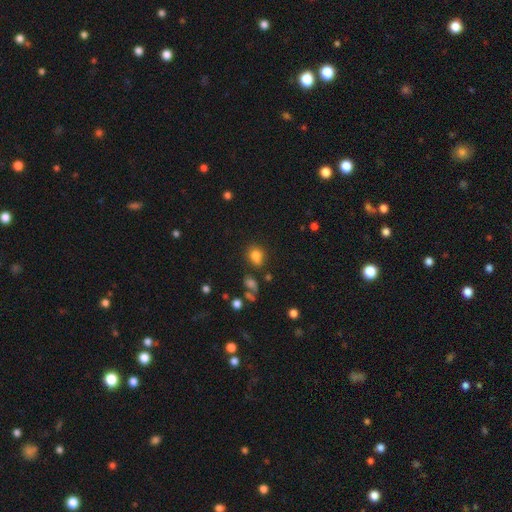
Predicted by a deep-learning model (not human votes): Smooth or featured? smooth (79%)
How rounded? round (58%)
Merging? none (65%)